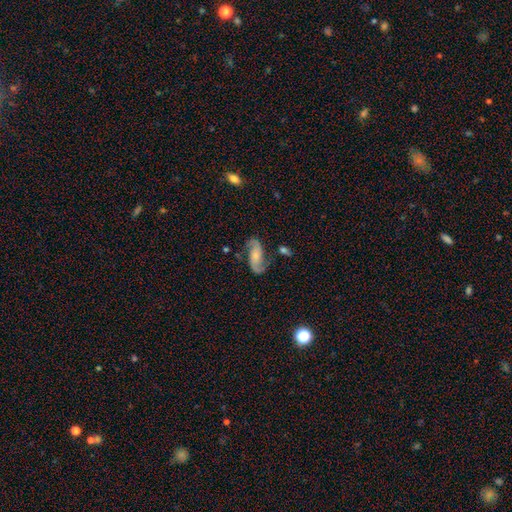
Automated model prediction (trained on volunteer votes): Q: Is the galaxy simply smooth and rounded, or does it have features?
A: featured or disk — 81%.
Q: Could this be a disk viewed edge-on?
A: no — 96%.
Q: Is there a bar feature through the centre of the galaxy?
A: no — 57%.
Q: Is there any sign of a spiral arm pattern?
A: yes — 96%.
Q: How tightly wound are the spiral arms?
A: loose — 46%.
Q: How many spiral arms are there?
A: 2 — 92%.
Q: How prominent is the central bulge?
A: small — 42%.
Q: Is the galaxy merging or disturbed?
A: none — 71%.